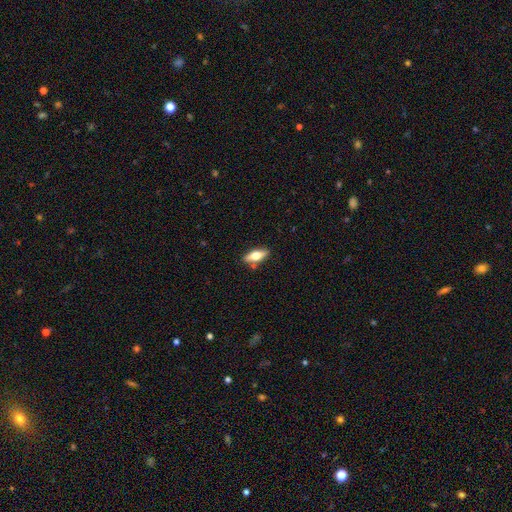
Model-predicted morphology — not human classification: Smooth or featured: smooth — 63% (featured or disk — 31%)
How rounded: in between — 72% (cigar-shaped — 25%)
Merging: none — 82% (minor disturbance — 12%)